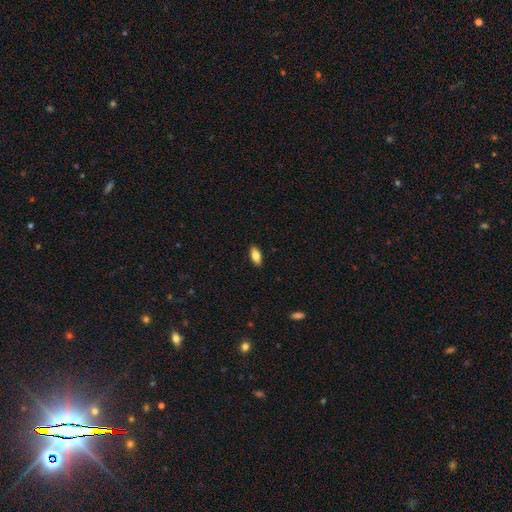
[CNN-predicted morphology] This appears to be a smooth galaxy with no disk features (79%) that is in between round and cigar-shaped (87%). Merging: none (90%).